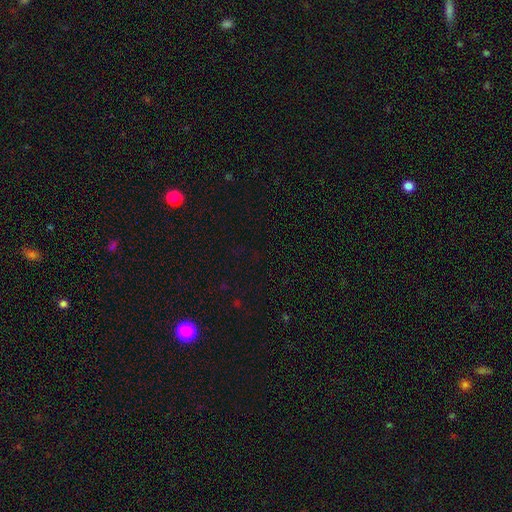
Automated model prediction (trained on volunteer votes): This appears to be a star or artifact, not a galaxy (70%).